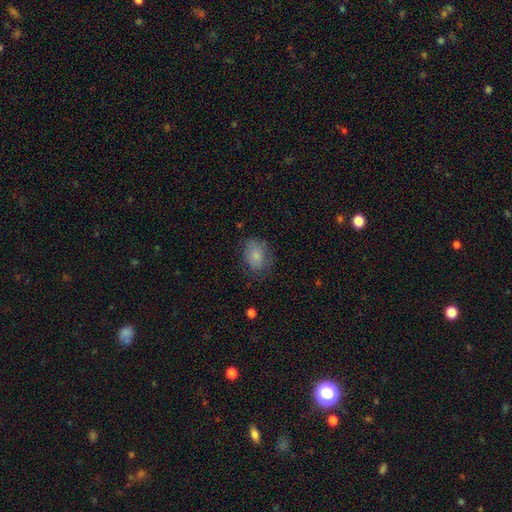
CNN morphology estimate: This appears to be a smooth galaxy with no disk features (80%) that is in between round and cigar-shaped (66%). Merging: none (66%).